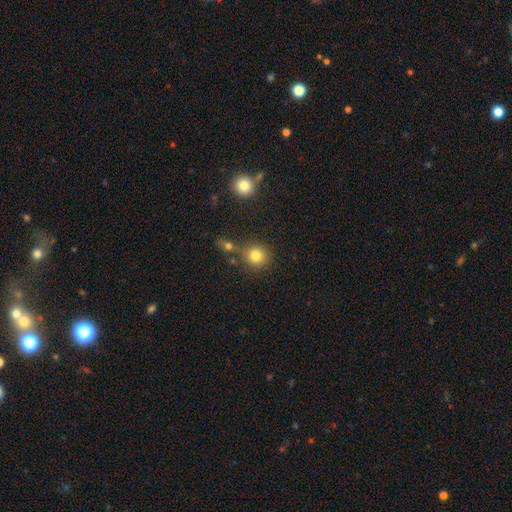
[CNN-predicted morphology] smooth 82%, star or artifact 11%, featured or disk 7%. Down the decision tree: how rounded — round (86%); merging — none (68%).